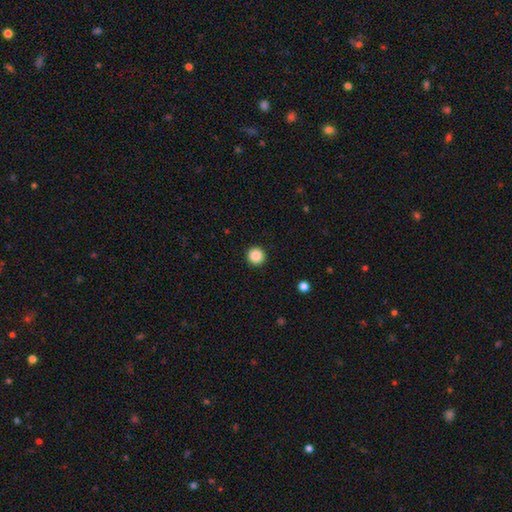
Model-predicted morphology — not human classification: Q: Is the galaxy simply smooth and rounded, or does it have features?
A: smooth — 88%.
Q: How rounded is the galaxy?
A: round — 96%.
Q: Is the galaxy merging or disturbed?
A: none — 93%.